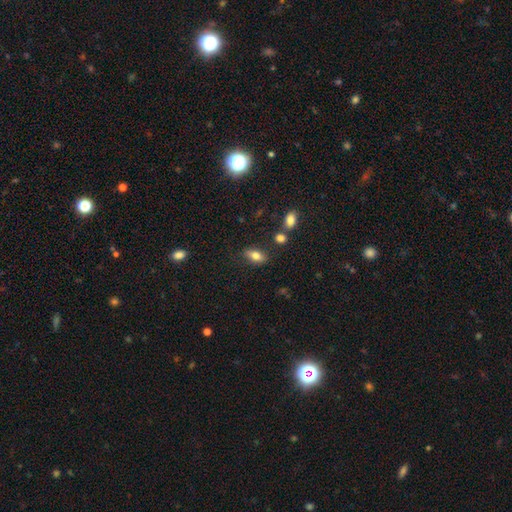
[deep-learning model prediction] smooth 76%, featured or disk 15%, star or artifact 9%. Down the decision tree: how rounded — in between (83%); merging — none (79%).